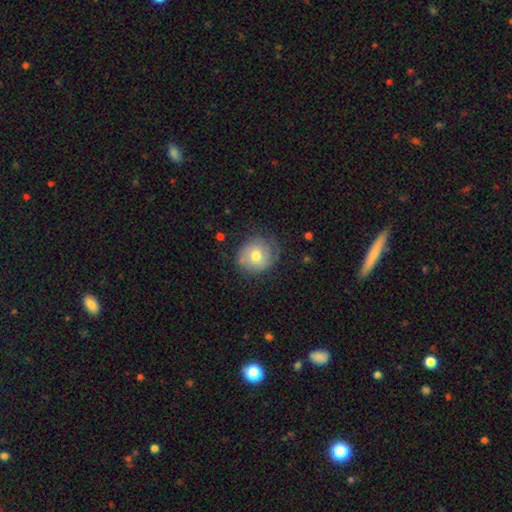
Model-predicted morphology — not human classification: Smooth or featured? Predicted: smooth (p=0.55). How rounded? Predicted: round (p=0.86). Merging? Predicted: none (p=0.67).